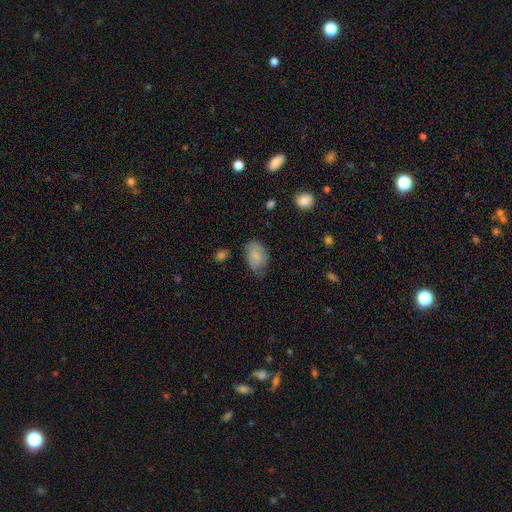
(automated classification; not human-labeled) Overall: smooth (76%). How rounded: in between (87%). Merging: none (53%; minor disturbance 34%).